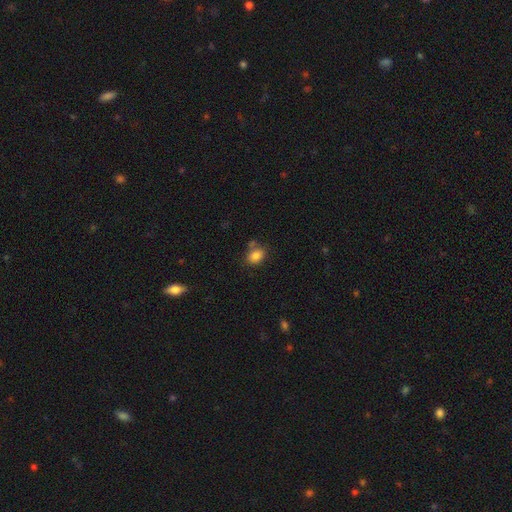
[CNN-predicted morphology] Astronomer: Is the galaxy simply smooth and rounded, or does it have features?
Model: smooth — 83%.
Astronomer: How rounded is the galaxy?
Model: in between — 57% (runner-up: round, 42%).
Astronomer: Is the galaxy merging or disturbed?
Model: none — 62%.